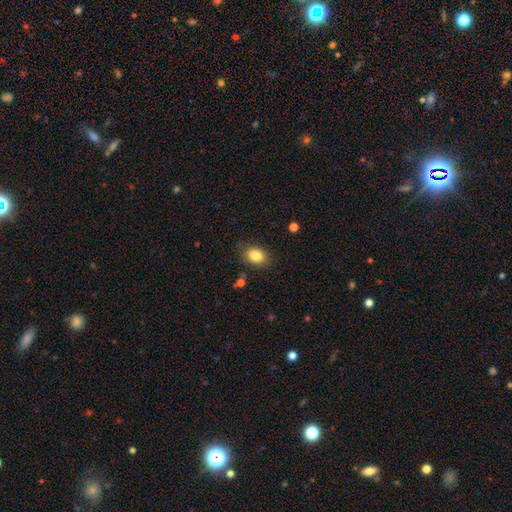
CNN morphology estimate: smooth-or-featured: smooth: 85% | star or artifact: 8% | featured or disk: 7%
  how-rounded: in between: 77% | round: 22% | cigar-shaped: 1%
  merging: none: 81% | minor disturbance: 13% | major disturbance: 4% | merger: 2%